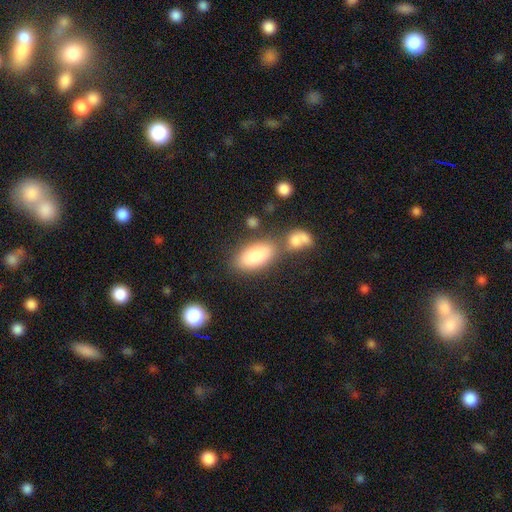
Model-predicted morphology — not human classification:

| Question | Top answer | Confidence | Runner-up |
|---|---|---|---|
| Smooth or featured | smooth | 84% | featured or disk (9%) |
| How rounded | in between | 90% | cigar-shaped (6%) |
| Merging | none | 64% | merger (18%) |